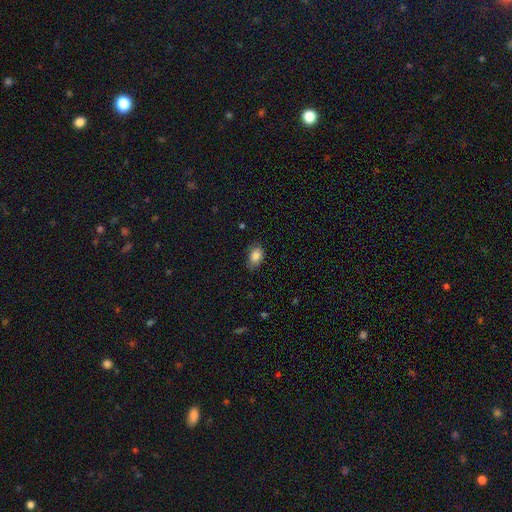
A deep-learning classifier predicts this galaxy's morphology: Q: Smooth or featured?
A: smooth (85%); runner-up: star or artifact (8%)
Q: How rounded?
A: in between (83%); runner-up: round (16%)
Q: Merging?
A: none (75%); runner-up: minor disturbance (20%)